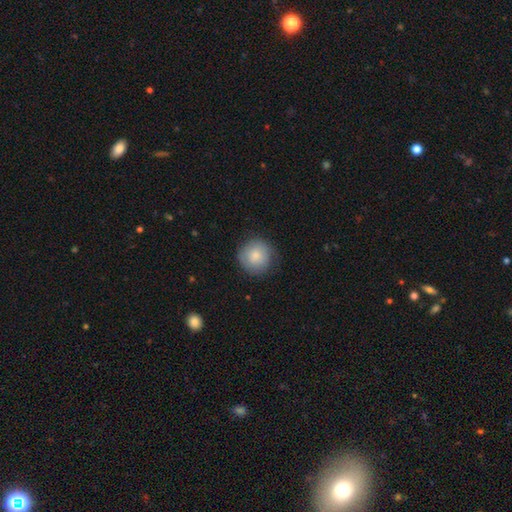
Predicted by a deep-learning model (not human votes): This appears to be a smooth galaxy with no disk features (82%) that is round (94%). Merging: none (81%).